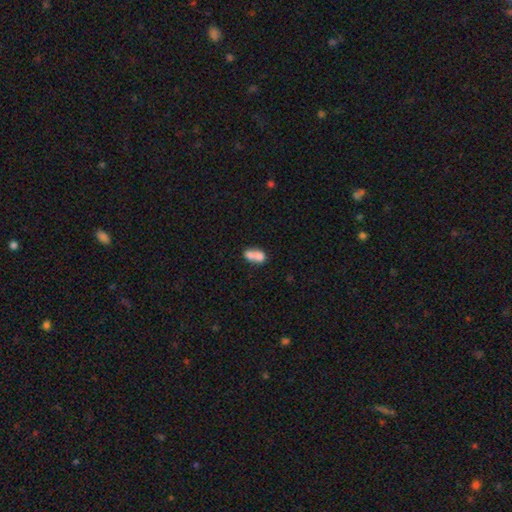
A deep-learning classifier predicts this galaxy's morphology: smooth_or_featured: smooth (p=0.68) [alt: featured or disk p=0.23]
how_rounded: in between (p=0.65) [alt: round p=0.31]
merging: merger (p=0.67) [alt: none p=0.21]